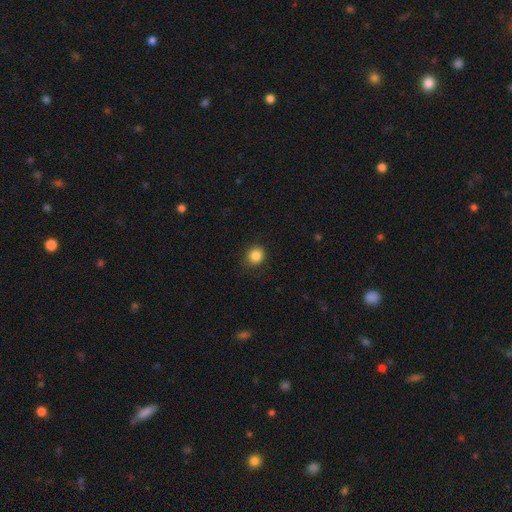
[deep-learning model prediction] Smooth or featured? smooth (86%)
How rounded? round (84%)
Merging? none (87%)